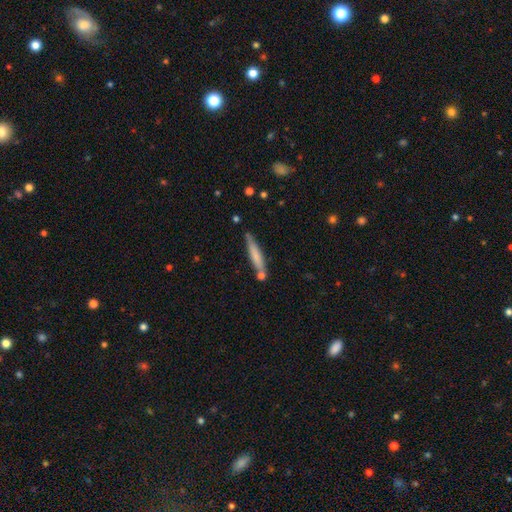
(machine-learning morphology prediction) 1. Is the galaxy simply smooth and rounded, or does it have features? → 69% smooth, 25% featured or disk, 6% star or artifact.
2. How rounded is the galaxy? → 92% cigar-shaped, 7% in between, 1% round.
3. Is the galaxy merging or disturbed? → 73% none, 15% minor disturbance, 10% merger, 3% major disturbance.